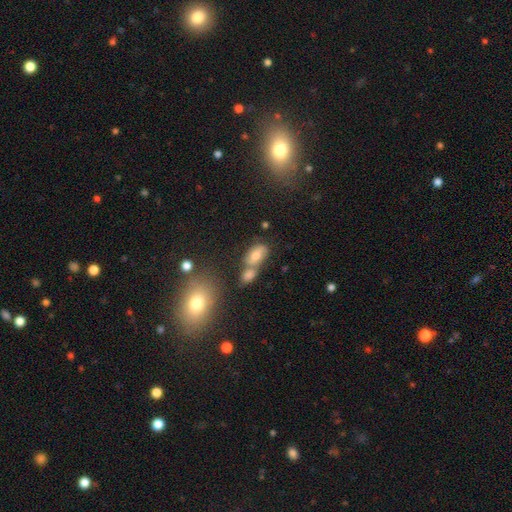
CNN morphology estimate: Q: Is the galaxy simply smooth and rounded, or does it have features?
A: smooth — 60%.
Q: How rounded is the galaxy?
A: in between — 83%.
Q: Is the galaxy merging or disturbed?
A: none — 45%.